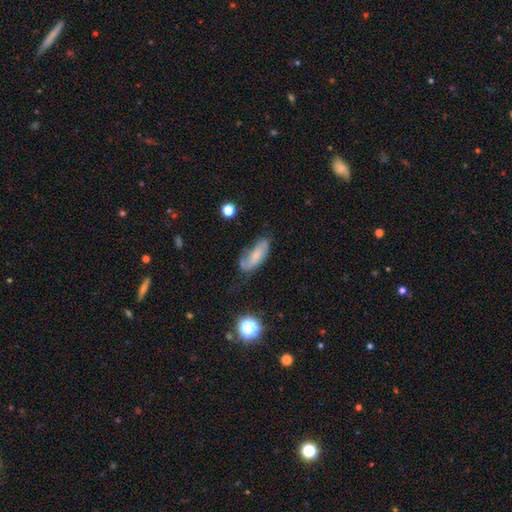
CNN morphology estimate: smooth_or_featured: smooth (p=0.52) [alt: featured or disk p=0.38]
how_rounded: in between (p=0.75) [alt: cigar-shaped p=0.21]
merging: none (p=0.48) [alt: minor disturbance p=0.31]